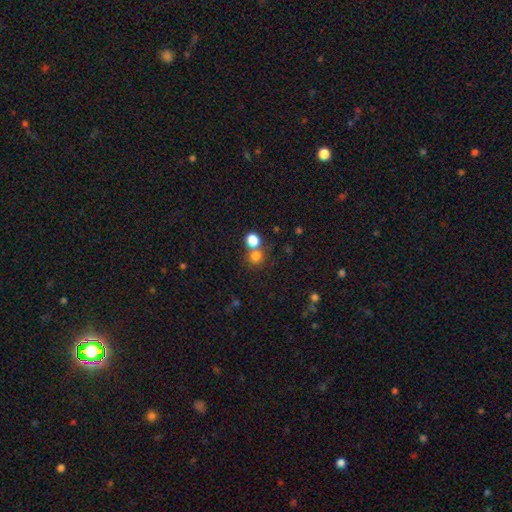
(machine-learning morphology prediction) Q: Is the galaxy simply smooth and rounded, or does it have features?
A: smooth — 79%.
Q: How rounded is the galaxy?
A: round — 84%.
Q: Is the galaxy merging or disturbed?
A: none — 54%.